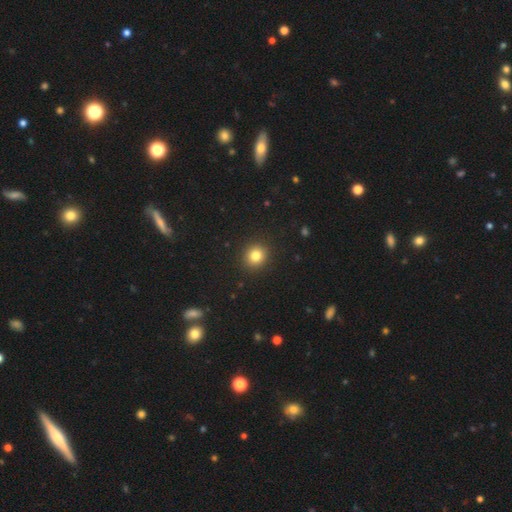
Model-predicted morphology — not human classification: Smooth or featured?
  - smooth: 82% *
  - star or artifact: 12%
  - featured or disk: 6%
How rounded?
  - round: 84% *
  - in between: 15%
  - cigar-shaped: 1%
Merging?
  - none: 91% *
  - minor disturbance: 6%
  - major disturbance: 2%
  - merger: 1%